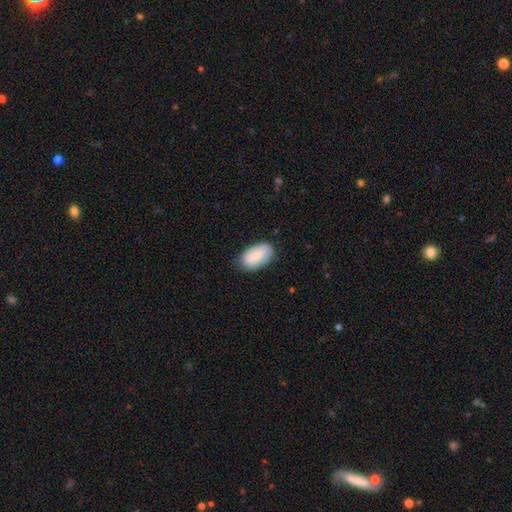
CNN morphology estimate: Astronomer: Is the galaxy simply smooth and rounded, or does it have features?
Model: smooth — 83%.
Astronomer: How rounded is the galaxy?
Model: in between — 94%.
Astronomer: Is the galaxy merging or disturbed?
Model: none — 77%.